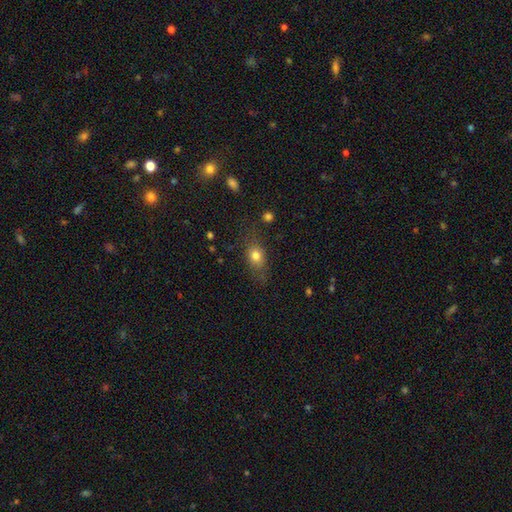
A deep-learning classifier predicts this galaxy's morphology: Q: Smooth or featured?
A: smooth (76%); runner-up: featured or disk (13%)
Q: How rounded?
A: in between (61%); runner-up: round (32%)
Q: Merging?
A: none (68%); runner-up: minor disturbance (20%)